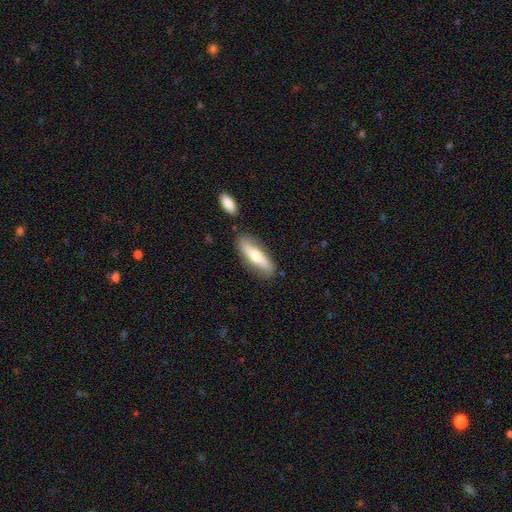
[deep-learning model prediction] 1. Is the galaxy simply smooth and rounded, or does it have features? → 48% smooth, 46% featured or disk, 6% star or artifact.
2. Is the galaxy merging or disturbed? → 78% none, 14% minor disturbance, 5% merger, 3% major disturbance.